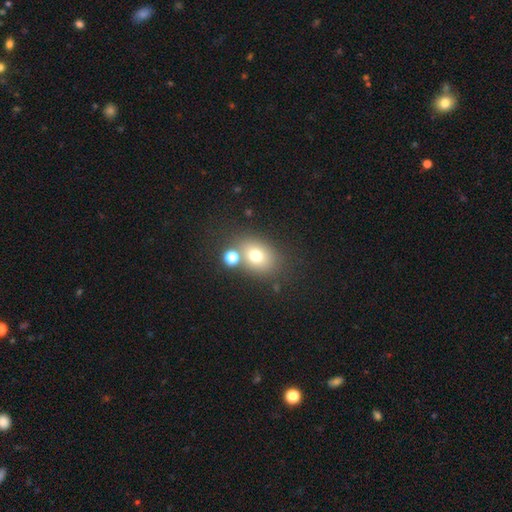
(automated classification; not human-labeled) The model was most divided on "how rounded": in between: 50%, round: 49%, cigar-shaped: 1%. More confident: smooth or featured — smooth (71%); merging — none (63%).